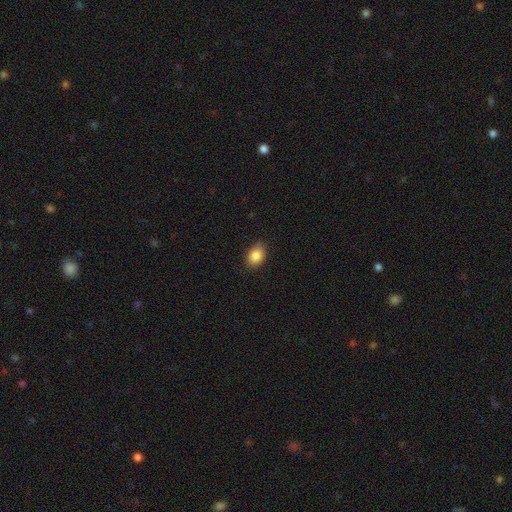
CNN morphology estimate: smooth-or-featured: smooth: 85% | star or artifact: 8% | featured or disk: 6%
  how-rounded: in between: 74% | round: 24% | cigar-shaped: 1%
  merging: none: 80% | minor disturbance: 16% | major disturbance: 3% | merger: 1%